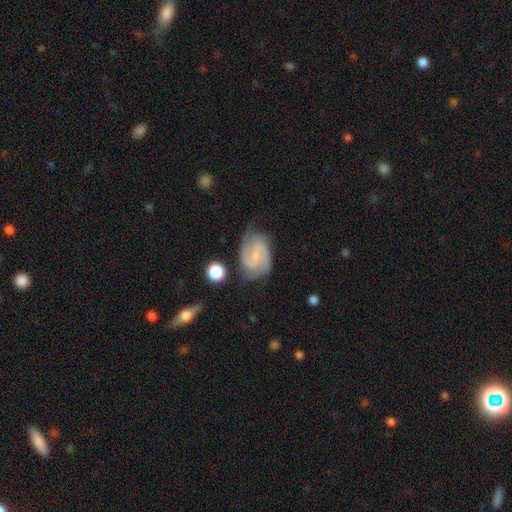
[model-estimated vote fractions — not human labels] Smooth or featured: featured or disk — 82% (smooth — 12%)
Edge-on disk: no — 97% (yes — 3%)
Bar: weak — 53% (no — 32%)
Spiral arms: yes — 96% (no — 4%)
Spiral winding: medium — 49% (tight — 34%)
Spiral arm count: 2 — 81% (can't tell — 7%)
Bulge size: small — 67% (moderate — 16%)
Merging: none — 69% (minor disturbance — 21%)